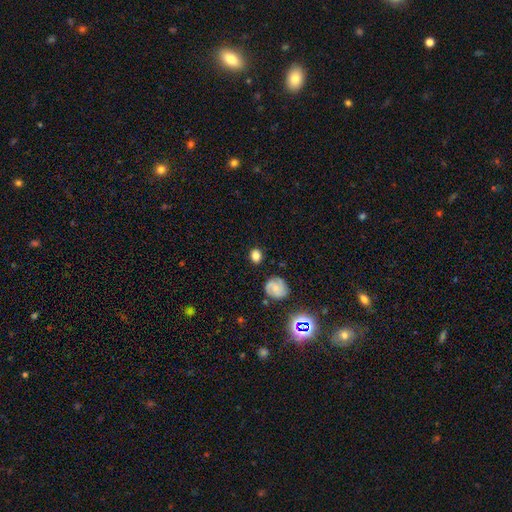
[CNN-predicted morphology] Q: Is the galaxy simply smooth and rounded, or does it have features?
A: smooth — 77%.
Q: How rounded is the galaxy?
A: round — 64%.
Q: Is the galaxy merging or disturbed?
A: none — 82%.